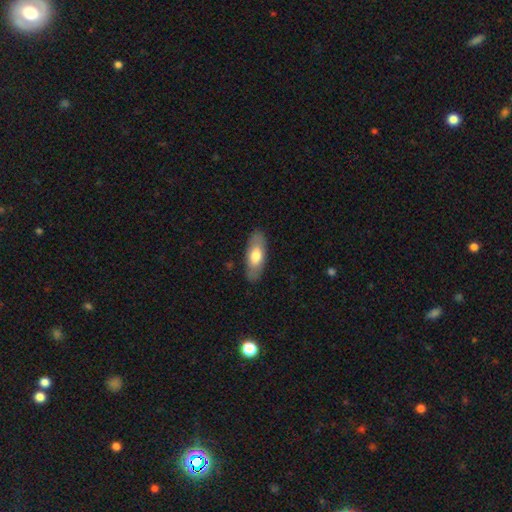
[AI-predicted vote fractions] smooth_or_featured: smooth (p=0.67) [alt: featured or disk p=0.27]
how_rounded: in between (p=0.82) [alt: cigar-shaped p=0.15]
merging: none (p=0.85) [alt: minor disturbance p=0.11]